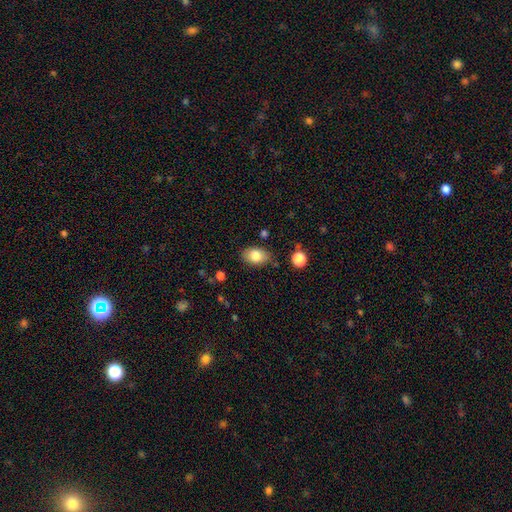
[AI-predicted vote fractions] Overall: smooth (82%). How rounded: in between (84%). Merging: none (81%).